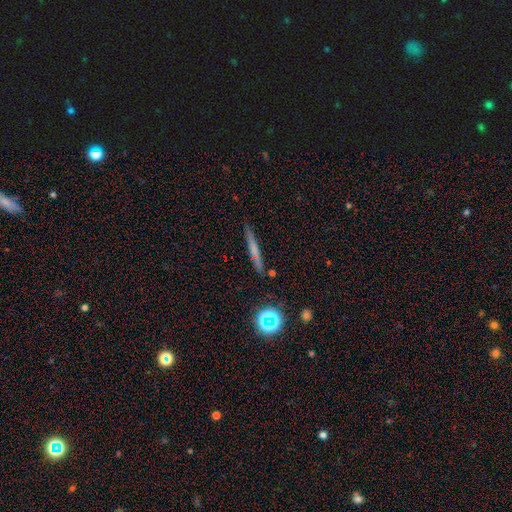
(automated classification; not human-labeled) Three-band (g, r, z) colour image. It shows a smooth galaxy with no disk features (48%). Merging: none (89%).